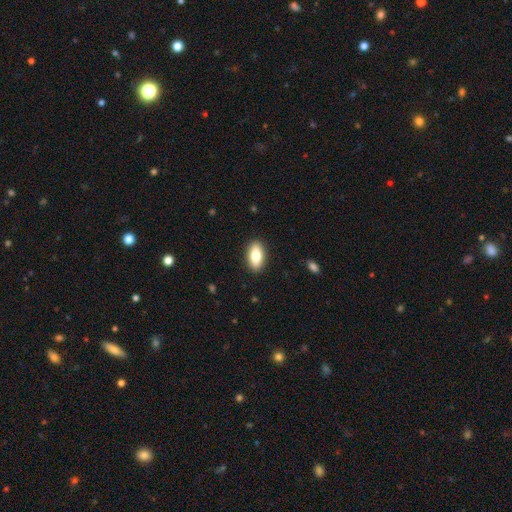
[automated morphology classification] This appears to be a smooth galaxy with no disk features (79%) that is in between round and cigar-shaped (89%). Merging: none (89%).